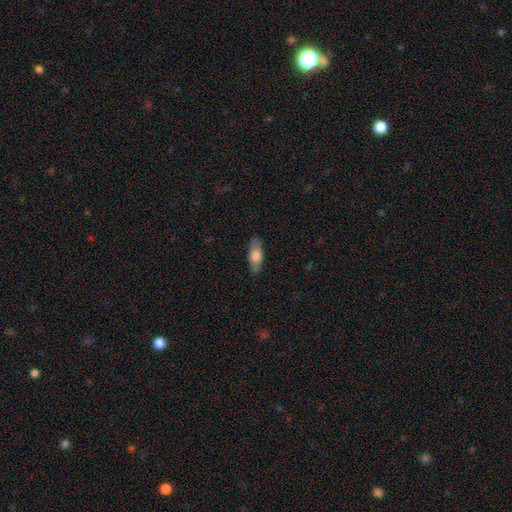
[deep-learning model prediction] Morphology: type=smooth (72%); roundness=in between (77%); merging=none (85%).